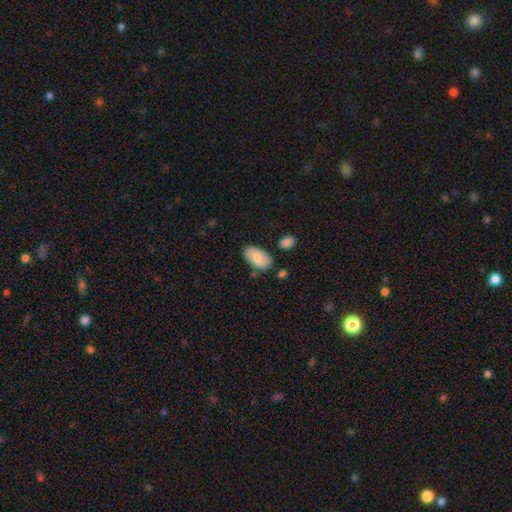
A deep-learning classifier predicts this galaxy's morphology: smooth 74%, featured or disk 20%, star or artifact 6%. Down the decision tree: how rounded — in between (93%); merging — none (73%).